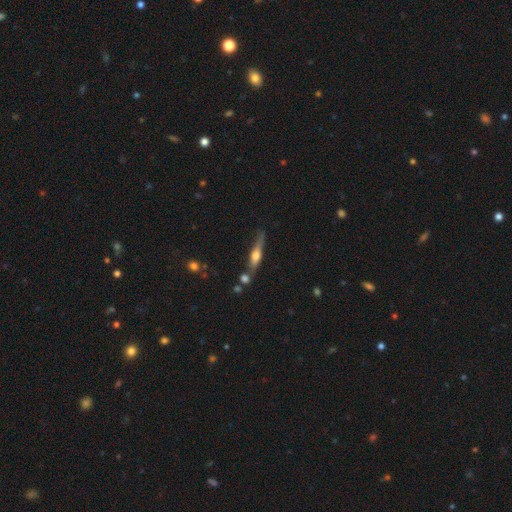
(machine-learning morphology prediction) A featured or disk galaxy (61%) viewed edge-on (93%) with a rounded central bulge (86%).

Vote fractions:
- Smooth or featured? featured or disk: 61% / smooth: 33% / star or artifact: 7%
- Edge-on disk? yes: 93% / no: 7%
- Edge-on bulge? rounded: 86% / boxy: 9% / none: 5%
- Merging? none: 63% / minor disturbance: 19% / merger: 13% / major disturbance: 6%